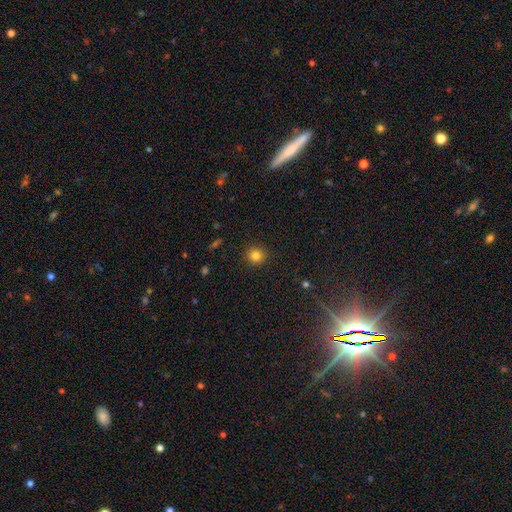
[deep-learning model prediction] smooth_or_featured: smooth (p=0.82) [alt: star or artifact p=0.13]
how_rounded: round (p=0.93) [alt: in between p=0.06]
merging: none (p=0.91) [alt: minor disturbance p=0.06]